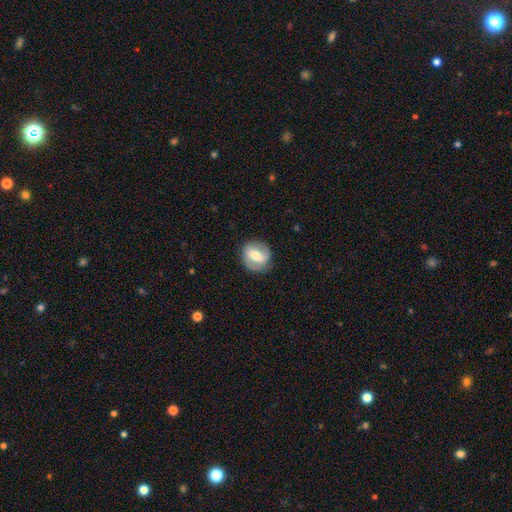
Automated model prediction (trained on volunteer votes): Morphology: type=featured or disk (62%); edge-on=no (96%); bar=weak (41%); spiral arms=yes (77%); bulge=moderate (63%); merging=none (82%).